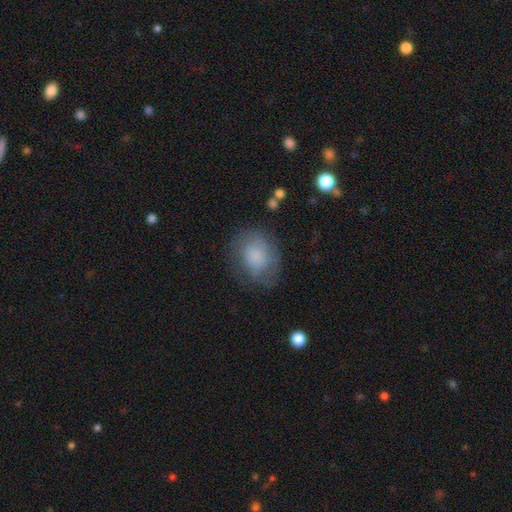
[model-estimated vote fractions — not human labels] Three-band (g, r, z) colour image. It shows a smooth galaxy with no disk features (65%) that is in between round and cigar-shaped (52%). Merging: none (68%).